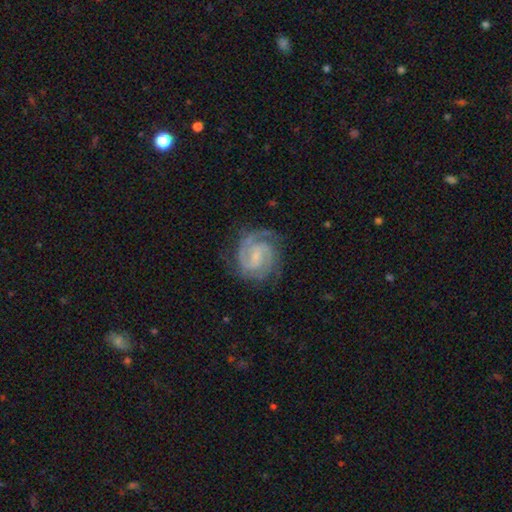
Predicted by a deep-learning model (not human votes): The model was most divided on "bar": weak: 50%, no: 34%, strong: 16%. More confident: spiral arms — yes (98%); edge-on disk — no (98%); smooth or featured — featured or disk (91%); merging — none (78%); spiral arm count — 2 (73%); bulge size — small (68%); spiral winding — tight (61%).